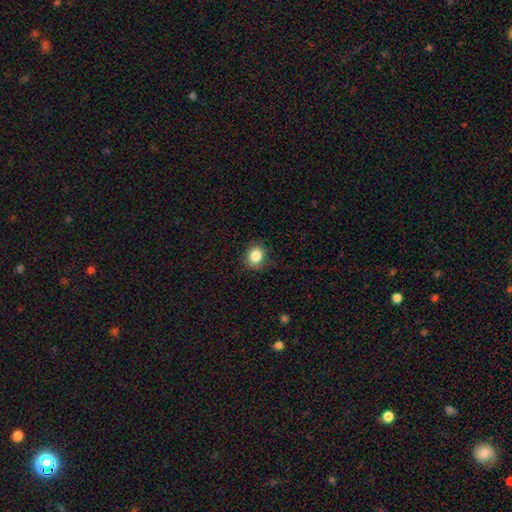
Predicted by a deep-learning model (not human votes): This is clearly a smooth galaxy (86%). How rounded: likely round (62%). Merging: clearly none (86%).